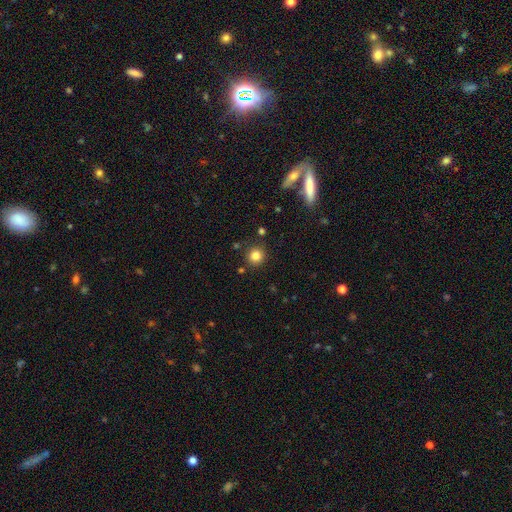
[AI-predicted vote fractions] Q: Smooth or featured?
A: smooth (82%); runner-up: star or artifact (12%)
Q: How rounded?
A: round (93%); runner-up: in between (6%)
Q: Merging?
A: none (87%); runner-up: minor disturbance (7%)